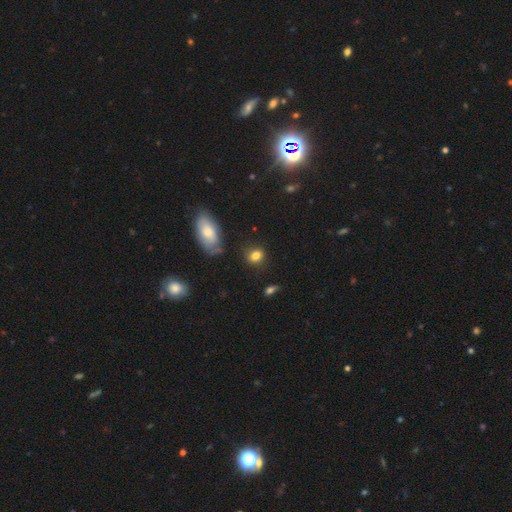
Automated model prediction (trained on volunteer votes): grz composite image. It shows a smooth galaxy with no disk features (81%) that is round (55%). Merging: none (76%).